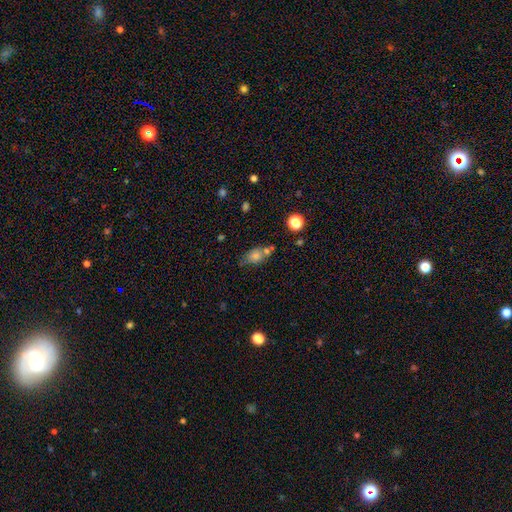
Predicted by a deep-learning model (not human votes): smooth-or-featured: smooth: 70% | featured or disk: 15% | star or artifact: 15%
  how-rounded: in between: 67% | round: 28% | cigar-shaped: 5%
  merging: none: 56% | minor disturbance: 19% | merger: 18% | major disturbance: 7%